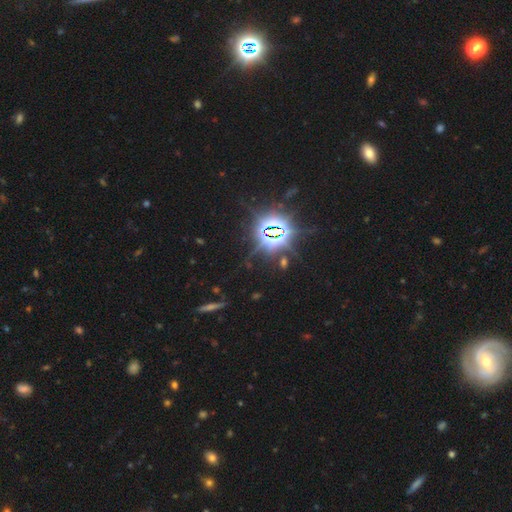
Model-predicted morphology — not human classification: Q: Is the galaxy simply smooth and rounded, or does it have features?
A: star or artifact — 83%.